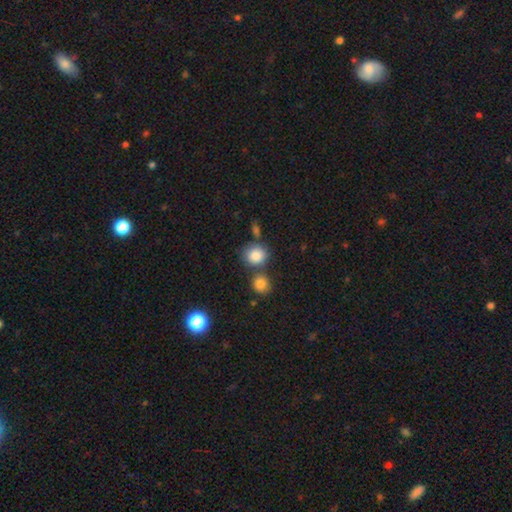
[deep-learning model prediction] Morphology: type=smooth (85%); roundness=round (74%); merging=none (62%).